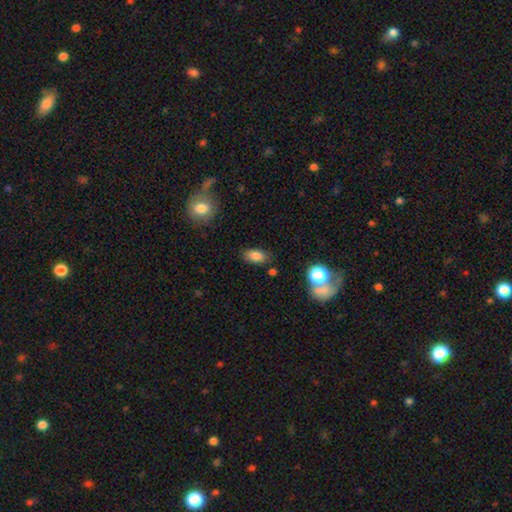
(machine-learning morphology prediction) A smooth galaxy with no disk features (83%) that is in between round and cigar-shaped (89%). Merging: none (81%).